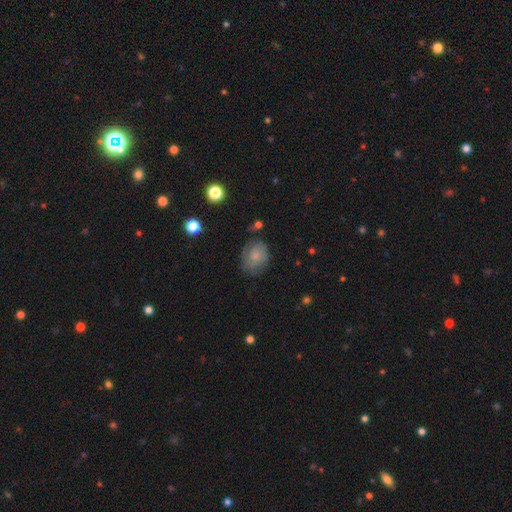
A smooth galaxy with no disk features (75%) that is in between round and cigar-shaped (60%). Merging: none (59%).